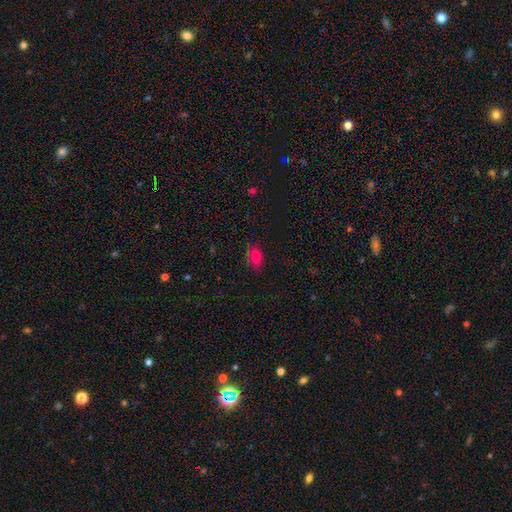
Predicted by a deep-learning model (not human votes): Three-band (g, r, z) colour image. It shows a smooth galaxy with no disk features (78%) that is in between round and cigar-shaped (86%). Merging: none (82%).